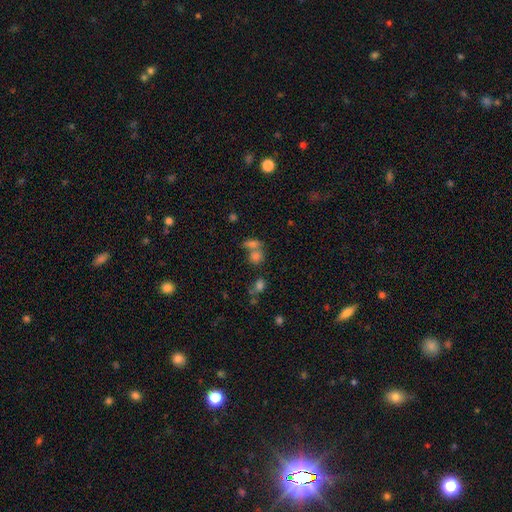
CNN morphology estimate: A smooth galaxy with no disk features (71%) that is in between round and cigar-shaped (48%).

Vote fractions:
- Smooth or featured? smooth: 71% / star or artifact: 17% / featured or disk: 12%
- How rounded? in between: 48% / round: 47% / cigar-shaped: 5%
- Merging? none: 42% (tied) / merger: 42% (tied) / minor disturbance: 10% / major disturbance: 6%